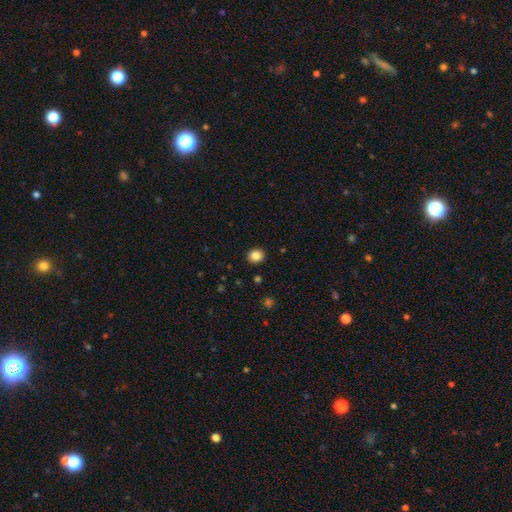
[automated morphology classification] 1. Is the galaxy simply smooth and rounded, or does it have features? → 85% smooth, 10% star or artifact, 4% featured or disk.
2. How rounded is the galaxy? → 77% round, 22% in between, 1% cigar-shaped.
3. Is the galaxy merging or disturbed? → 91% none, 6% minor disturbance, 2% major disturbance, 1% merger.